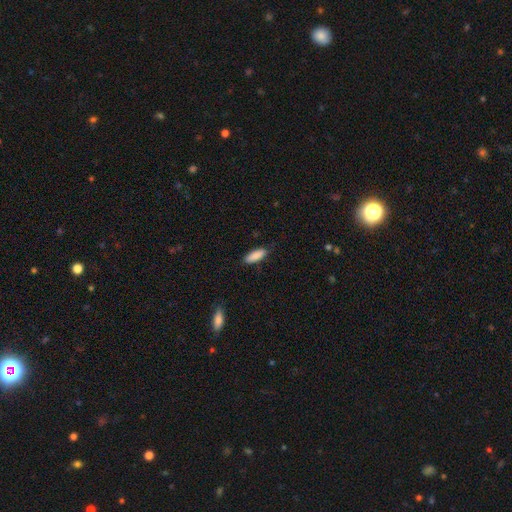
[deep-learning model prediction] Smooth or featured? smooth (88%)
How rounded? in between (57%)
Merging? none (83%)